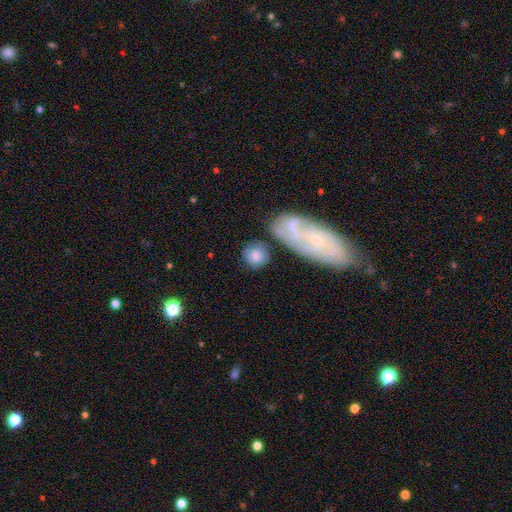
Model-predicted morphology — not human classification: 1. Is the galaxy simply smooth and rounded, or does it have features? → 73% smooth, 20% featured or disk, 7% star or artifact.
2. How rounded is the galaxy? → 82% round, 16% in between, 2% cigar-shaped.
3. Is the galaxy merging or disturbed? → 67% none, 14% minor disturbance, 13% merger, 7% major disturbance.